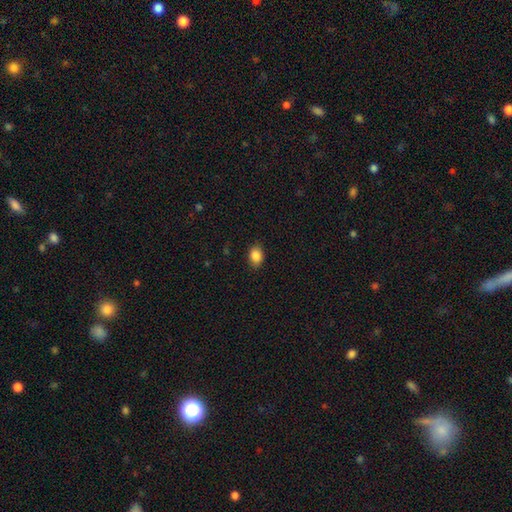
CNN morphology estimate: Q: Smooth or featured?
A: smooth (87%); runner-up: star or artifact (8%)
Q: How rounded?
A: in between (77%); runner-up: round (22%)
Q: Merging?
A: none (86%); runner-up: minor disturbance (10%)